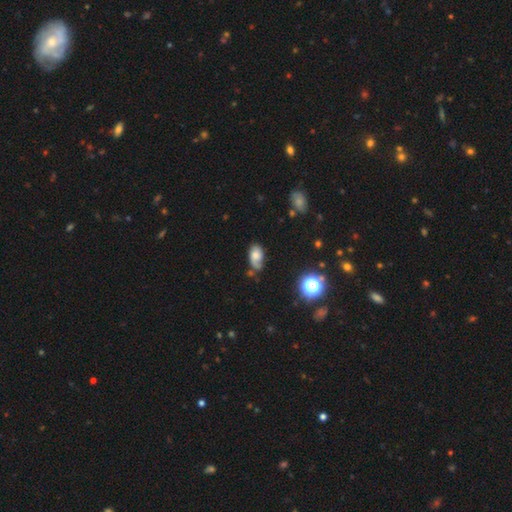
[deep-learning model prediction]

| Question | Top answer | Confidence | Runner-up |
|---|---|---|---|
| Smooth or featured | smooth | 51% | featured or disk (38%) |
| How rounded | in between | 88% | round (10%) |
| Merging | none | 46% | minor disturbance (32%) |